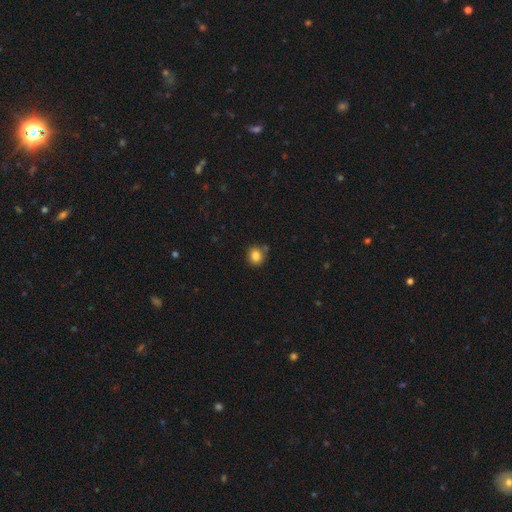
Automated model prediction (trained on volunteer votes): smooth_or_featured: smooth (p=0.84) [alt: star or artifact p=0.10]
how_rounded: round (p=0.82) [alt: in between p=0.17]
merging: none (p=0.76) [alt: minor disturbance p=0.14]